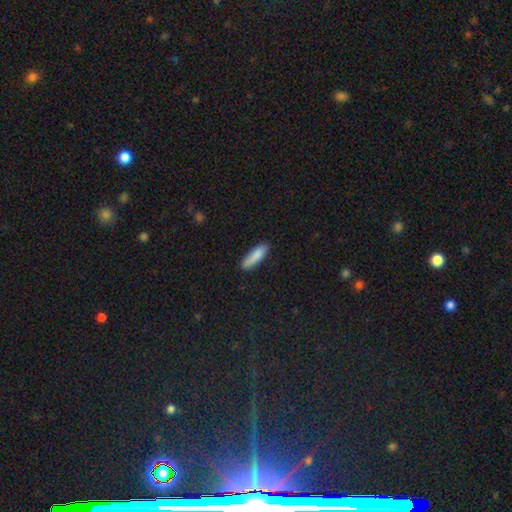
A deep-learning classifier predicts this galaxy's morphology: This is clearly a smooth galaxy (85%). How rounded: likely cigar-shaped (62%). Merging: clearly none (81%).